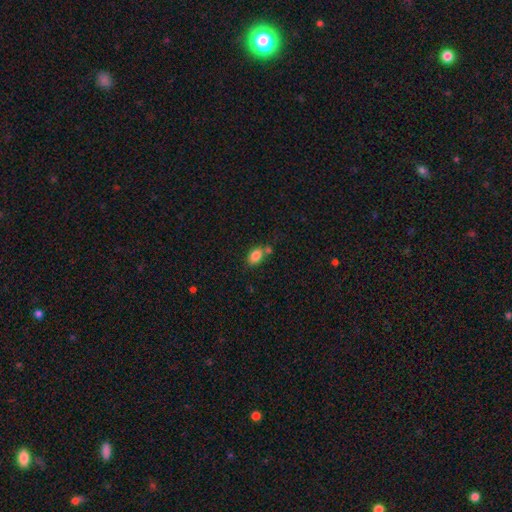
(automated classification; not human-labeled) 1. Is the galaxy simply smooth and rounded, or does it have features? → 83% smooth, 9% star or artifact, 8% featured or disk.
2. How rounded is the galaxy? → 81% in between, 18% round, 2% cigar-shaped.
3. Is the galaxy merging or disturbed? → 56% none, 24% merger, 16% minor disturbance, 4% major disturbance.